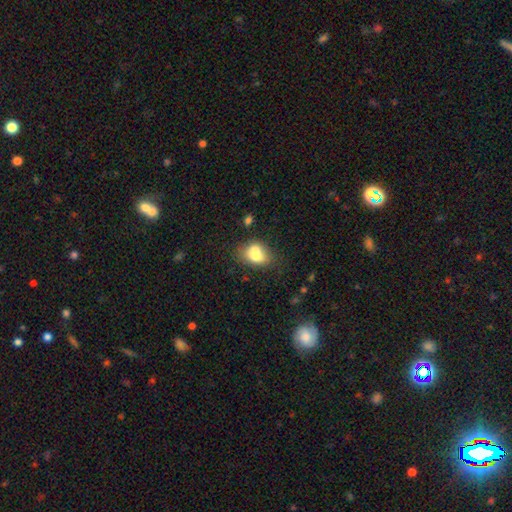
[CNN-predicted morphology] type=smooth (70%); roundness=in between (64%); merging=merger (45%).